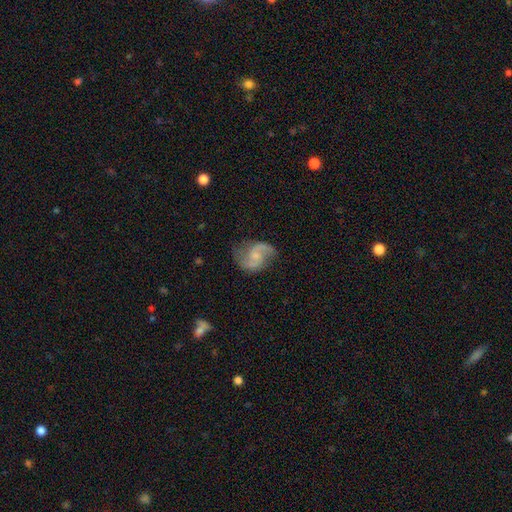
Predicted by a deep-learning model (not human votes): featured or disk 85%, smooth 9%, star or artifact 5%. Down the decision tree: edge-on disk — no (98%); bar — no (52%); spiral arms — yes (97%); spiral arm count — 2 (92%); spiral winding — medium (50%); bulge size — small (53%); merging — none (72%).